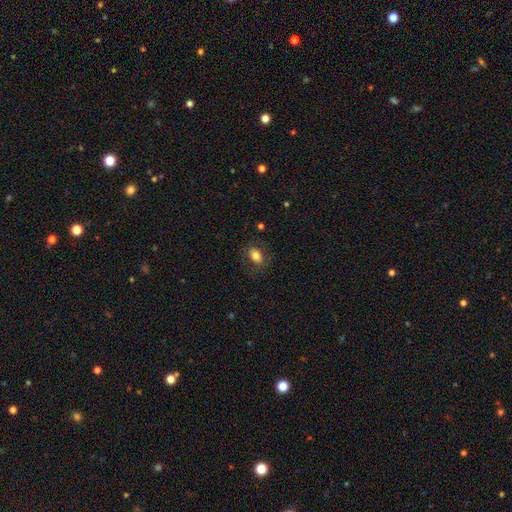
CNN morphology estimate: Smooth or featured?
  - smooth: 77% *
  - featured or disk: 15%
  - star or artifact: 9%
How rounded?
  - in between: 84% *
  - round: 15%
  - cigar-shaped: 2%
Merging?
  - none: 78% *
  - minor disturbance: 14%
  - major disturbance: 7%
  - merger: 1%